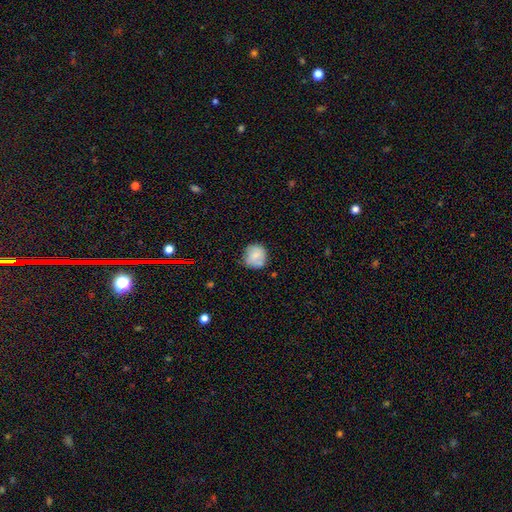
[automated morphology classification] A smooth galaxy with no disk features (75%) that is round (90%).

Vote fractions:
- Smooth or featured? smooth: 75% / featured or disk: 17% / star or artifact: 8%
- How rounded? round: 90% / in between: 9% / cigar-shaped: 1%
- Merging? none: 73% / minor disturbance: 20% / major disturbance: 4% / merger: 3%